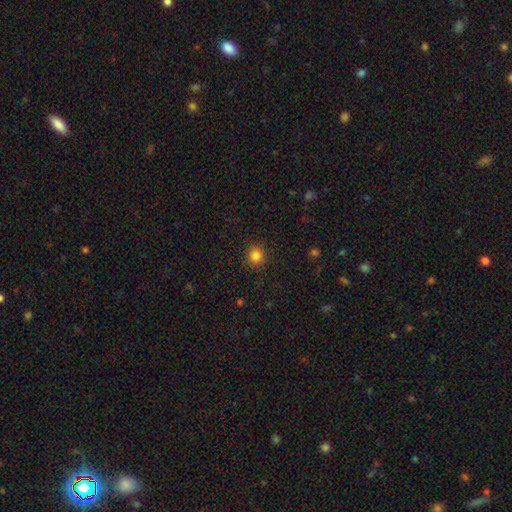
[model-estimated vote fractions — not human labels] Smooth or featured?
  - smooth: 84% *
  - star or artifact: 12%
  - featured or disk: 4%
How rounded?
  - round: 92% *
  - in between: 7%
  - cigar-shaped: 1%
Merging?
  - none: 90% *
  - minor disturbance: 6%
  - major disturbance: 2%
  - merger: 1%